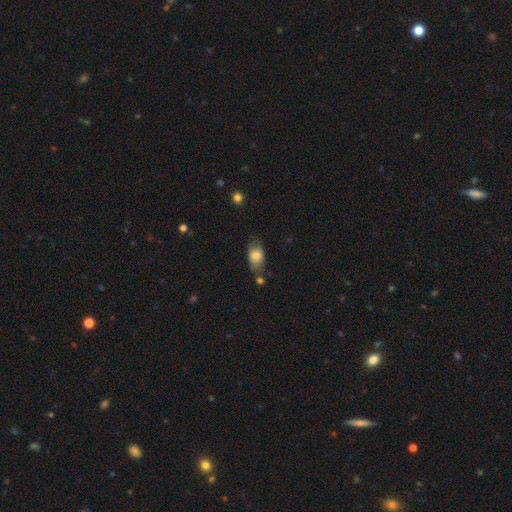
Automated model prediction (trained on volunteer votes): Smooth or featured: smooth — 76% (featured or disk — 16%)
How rounded: in between — 86% (round — 10%)
Merging: none — 62% (minor disturbance — 24%)